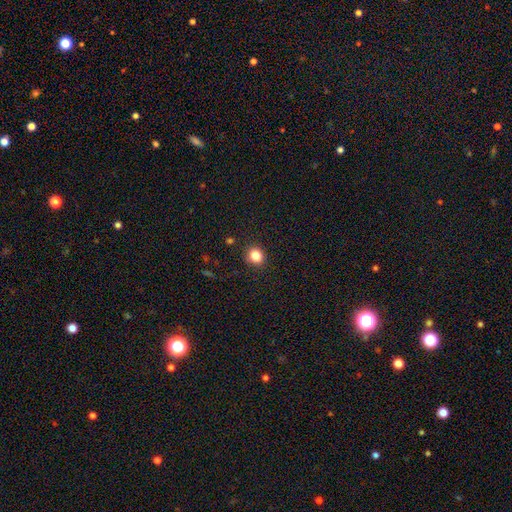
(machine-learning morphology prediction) smooth_or_featured: smooth (p=0.84) [alt: star or artifact p=0.11]
how_rounded: round (p=0.75) [alt: in between p=0.24]
merging: none (p=0.90) [alt: minor disturbance p=0.07]